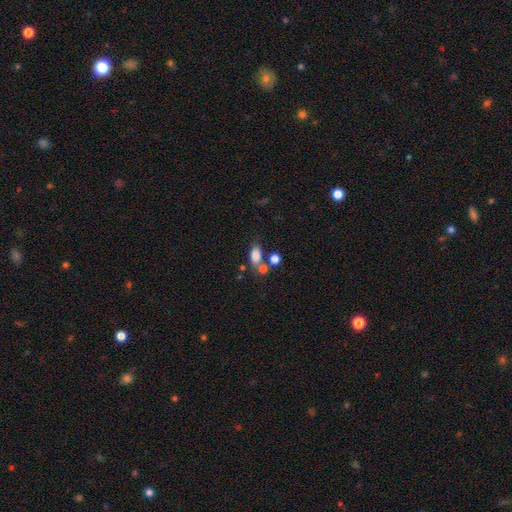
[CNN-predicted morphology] Smooth or featured? smooth (81%)
How rounded? in between (83%)
Merging? none (52%)